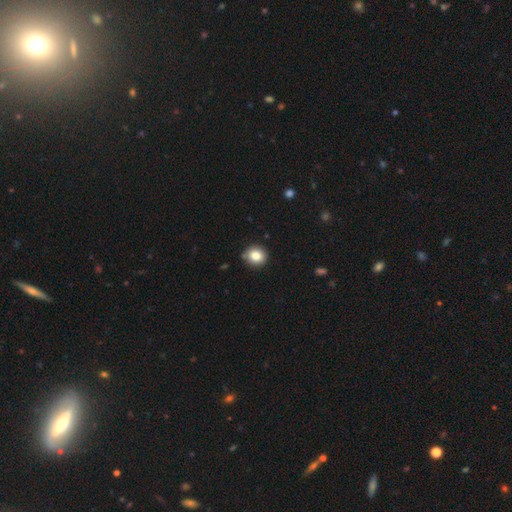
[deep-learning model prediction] Q: Smooth or featured?
A: smooth (83%); runner-up: star or artifact (10%)
Q: How rounded?
A: round (86%); runner-up: in between (13%)
Q: Merging?
A: none (86%); runner-up: minor disturbance (10%)